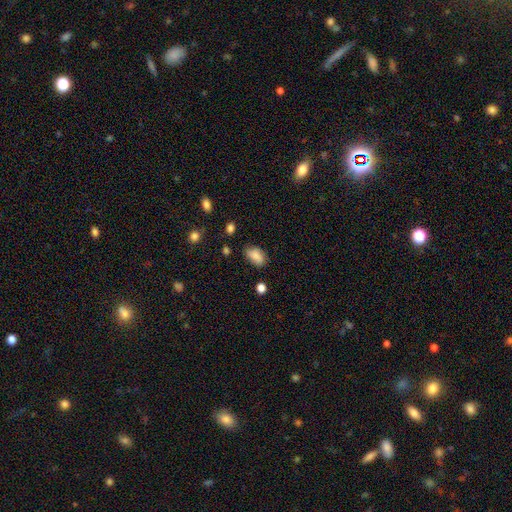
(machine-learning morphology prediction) Smooth or featured? smooth (84%)
How rounded? in between (90%)
Merging? none (69%)